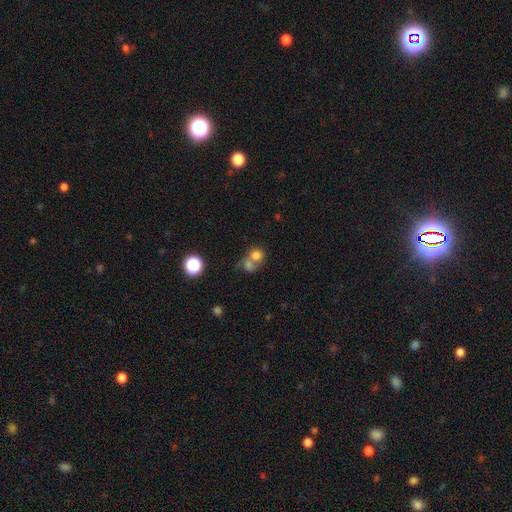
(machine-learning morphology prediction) Smooth or featured? smooth (72%)
How rounded? round (78%)
Merging? merger (59%)